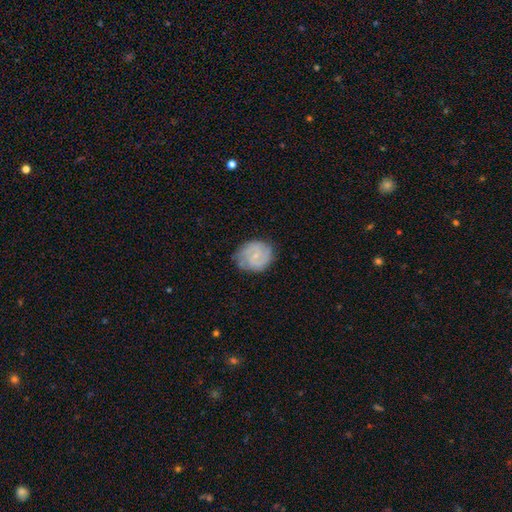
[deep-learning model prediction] Morphology: type=featured or disk (67%); edge-on=no (98%); bar=no (55%); spiral arms=yes (90%); winding=tight (44%); arm count=2 (56%); bulge=small (72%); merging=none (71%).